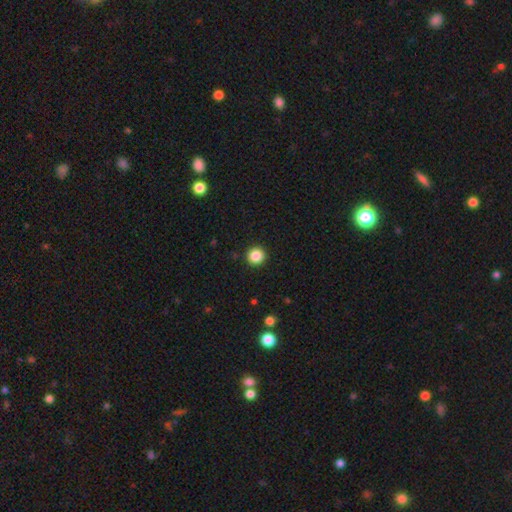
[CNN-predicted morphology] smooth-or-featured: smooth: 86% | star or artifact: 11% | featured or disk: 4%
  how-rounded: round: 95% | in between: 4% | cigar-shaped: 1%
  merging: none: 93% | minor disturbance: 5% | major disturbance: 2% | merger: 1%